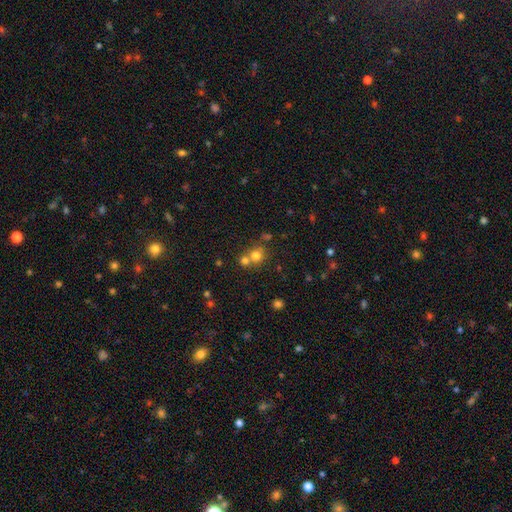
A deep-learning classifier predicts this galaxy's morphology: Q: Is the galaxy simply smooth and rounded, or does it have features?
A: smooth — 73%.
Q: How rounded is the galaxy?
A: round — 86%.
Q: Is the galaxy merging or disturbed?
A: none — 50%.